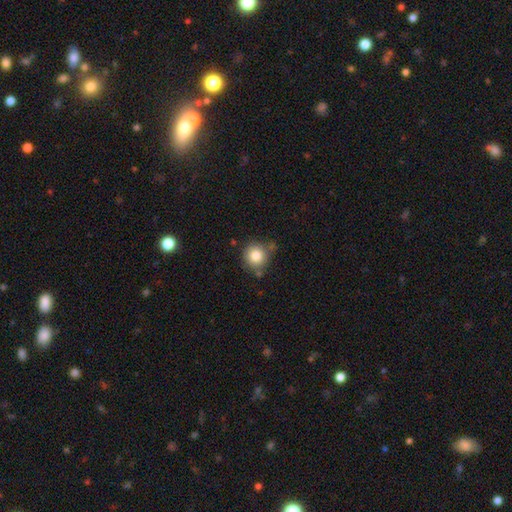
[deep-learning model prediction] This appears to be a smooth galaxy with no disk features (82%) that is round (91%). Merging: none (74%).